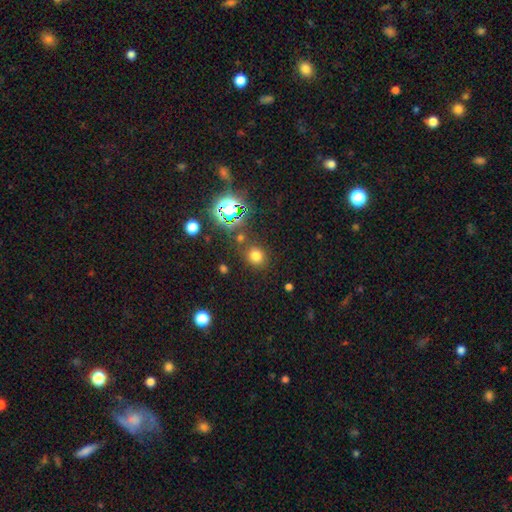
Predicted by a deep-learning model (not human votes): Smooth or featured? Predicted: smooth (p=0.71). How rounded? Predicted: round (p=0.76). Merging? Predicted: none (p=0.79).